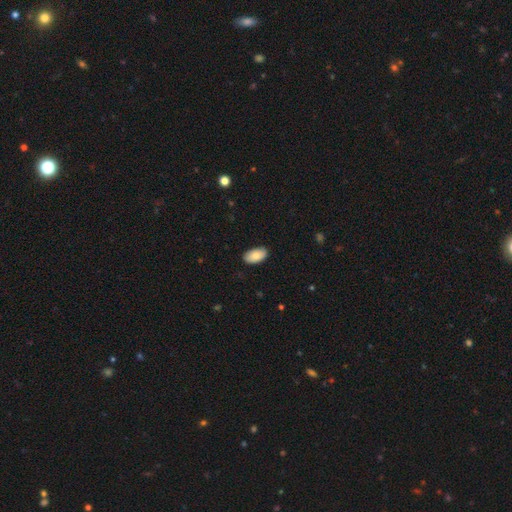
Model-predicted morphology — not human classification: Smooth or featured: smooth — 81% (featured or disk — 12%)
How rounded: in between — 95% (round — 3%)
Merging: none — 84% (minor disturbance — 13%)